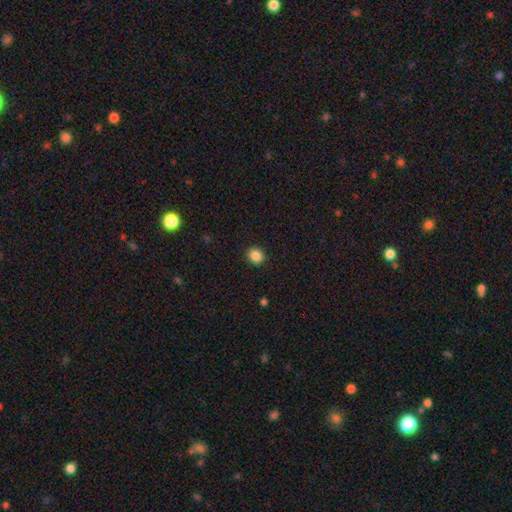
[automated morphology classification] smooth-or-featured: smooth: 86% | star or artifact: 10% | featured or disk: 3%
  how-rounded: round: 77% | in between: 22% | cigar-shaped: 1%
  merging: none: 91% | minor disturbance: 6% | major disturbance: 2% | merger: 1%